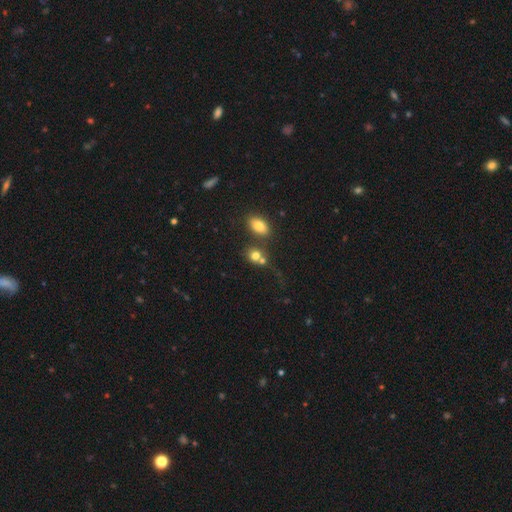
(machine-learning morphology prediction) Smooth or featured?
  - smooth: 75% *
  - star or artifact: 13%
  - featured or disk: 12%
How rounded?
  - round: 59% *
  - in between: 39%
  - cigar-shaped: 2%
Merging?
  - none: 43% *
  - merger: 40%
  - minor disturbance: 10%
  - major disturbance: 6%